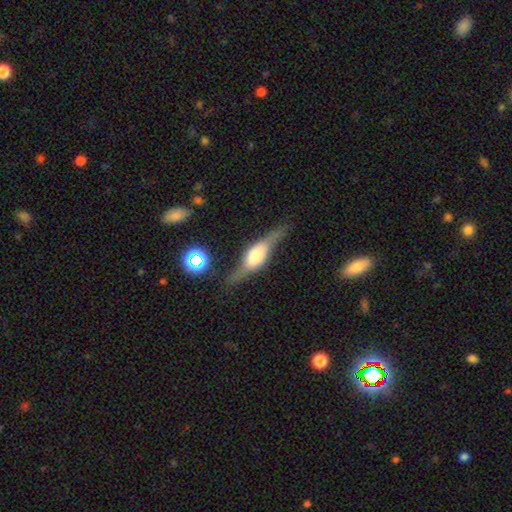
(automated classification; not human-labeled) smooth-or-featured: featured or disk: 69% | smooth: 24% | star or artifact: 7%
  disk-edge-on: yes: 91% | no: 9%
    edge-on-bulge: rounded: 75% | boxy: 22% | none: 3%
  merging: none: 72% | minor disturbance: 18% | major disturbance: 7% | merger: 3%